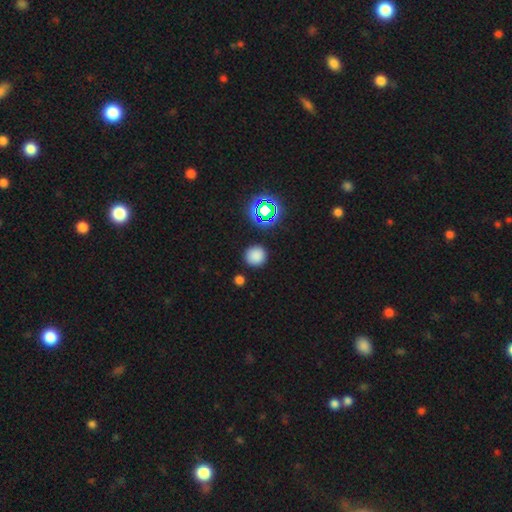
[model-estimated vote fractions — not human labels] This appears to be a smooth galaxy with no disk features (79%) that is round (92%). Merging: none (88%).